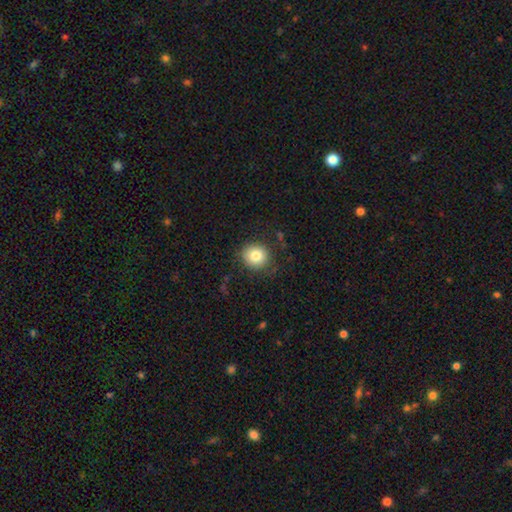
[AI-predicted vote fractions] A smooth galaxy with no disk features (82%) that is round (88%).

Vote fractions:
- Smooth or featured? smooth: 82% / star or artifact: 10% / featured or disk: 8%
- How rounded? round: 88% / in between: 12% / cigar-shaped: 1%
- Merging? none: 84% / minor disturbance: 11% / major disturbance: 4% / merger: 1%